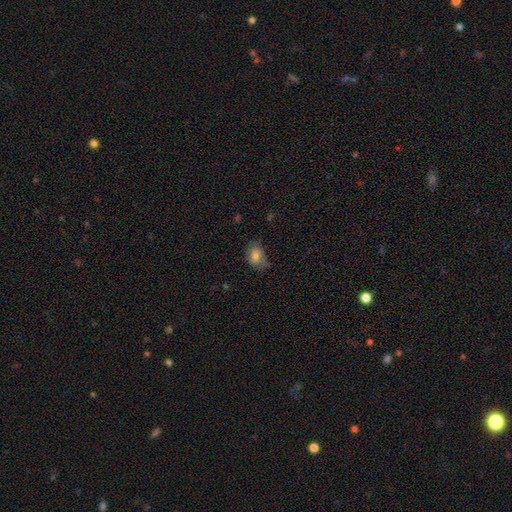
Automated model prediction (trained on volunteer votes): smooth_or_featured: smooth (p=0.77) [alt: featured or disk p=0.14]
how_rounded: in between (p=0.74) [alt: round p=0.25]
merging: none (p=0.59) [alt: minor disturbance p=0.31]